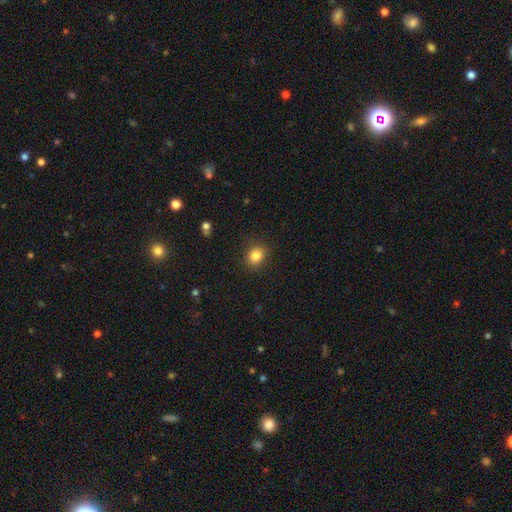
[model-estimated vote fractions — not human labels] Smooth or featured?
  - smooth: 84% *
  - star or artifact: 10%
  - featured or disk: 5%
How rounded?
  - round: 61% *
  - in between: 38%
  - cigar-shaped: 1%
Merging?
  - none: 87% *
  - minor disturbance: 9%
  - major disturbance: 3%
  - merger: 1%